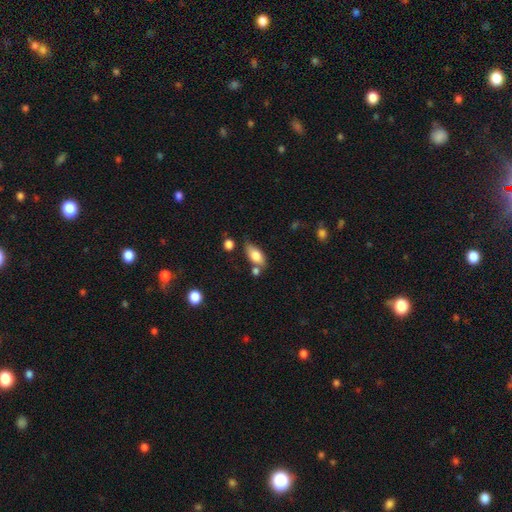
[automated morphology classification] Overall: smooth (76%). How rounded: in between (87%). Merging: none (59%; minor disturbance 21%).